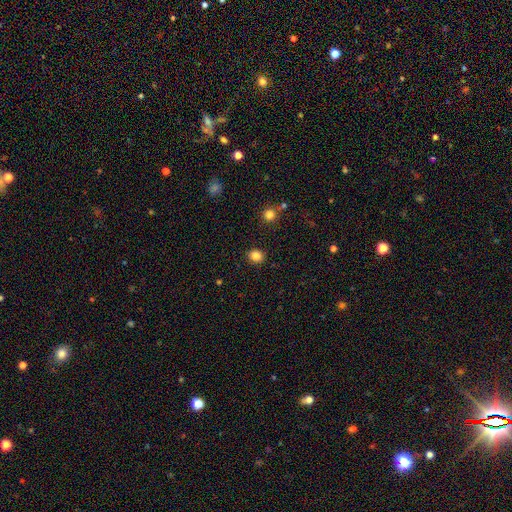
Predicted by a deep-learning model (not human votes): Q: Smooth or featured?
A: smooth (85%); runner-up: star or artifact (12%)
Q: How rounded?
A: round (76%); runner-up: in between (23%)
Q: Merging?
A: none (91%); runner-up: minor disturbance (6%)